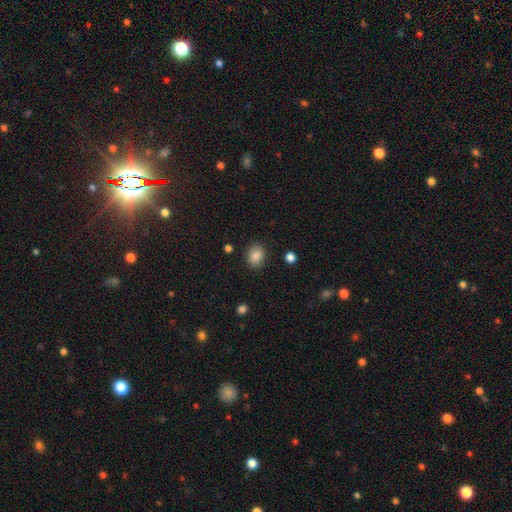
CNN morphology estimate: The model was most divided on "how rounded": in between: 55%, round: 44%, cigar-shaped: 1%. More confident: smooth or featured — smooth (88%); merging — none (87%).